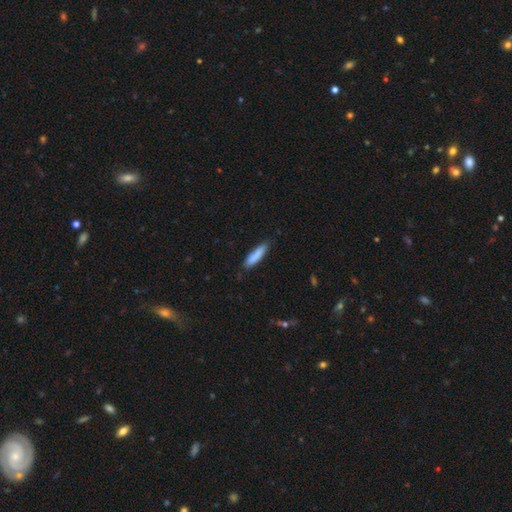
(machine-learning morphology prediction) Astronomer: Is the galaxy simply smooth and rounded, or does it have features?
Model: smooth — 85%.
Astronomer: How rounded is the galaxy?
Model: cigar-shaped — 76%.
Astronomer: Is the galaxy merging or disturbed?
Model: none — 79%.